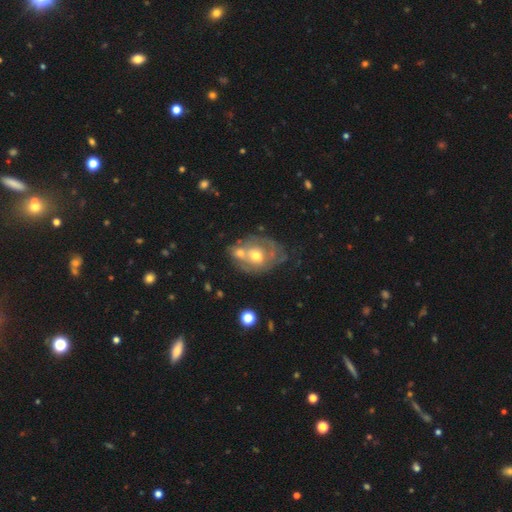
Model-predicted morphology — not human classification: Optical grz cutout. It shows a featured or disk galaxy (55%) with no bar (81%), no spiral arms (65%) and a moderate central bulge (73%). Merging: merger (39%).